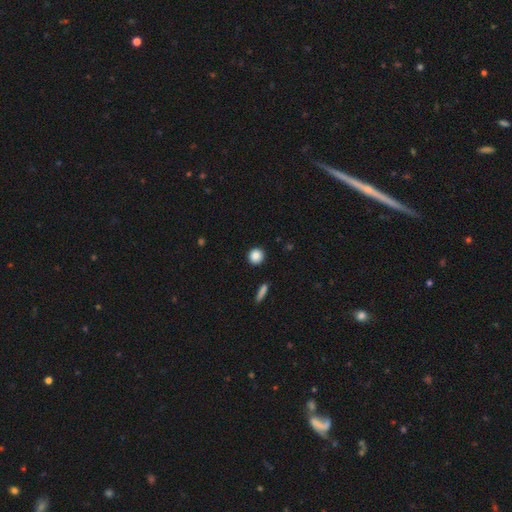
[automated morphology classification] This is clearly a smooth galaxy (88%). How rounded: clearly round (92%). Merging: clearly none (92%).